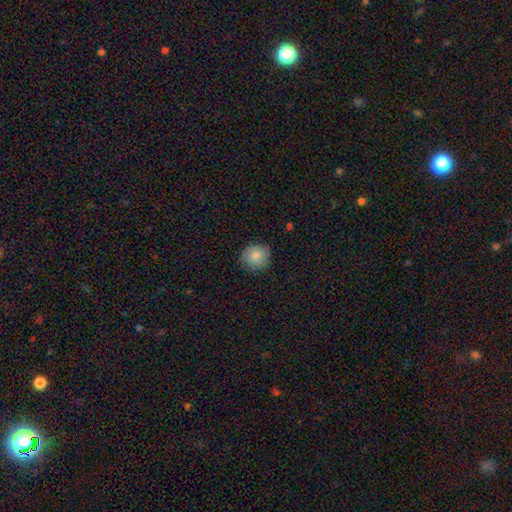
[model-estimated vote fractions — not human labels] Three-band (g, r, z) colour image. It shows a smooth galaxy with no disk features (83%) that is round (88%). Merging: none (84%).